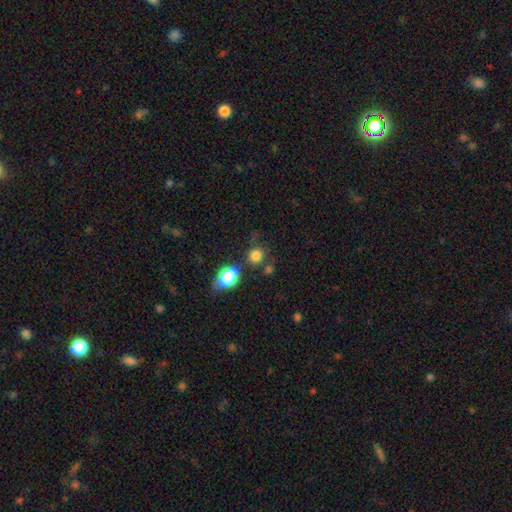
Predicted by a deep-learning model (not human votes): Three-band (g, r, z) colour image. It shows a smooth galaxy with no disk features (78%) that is round (88%). Merging: none (71%).